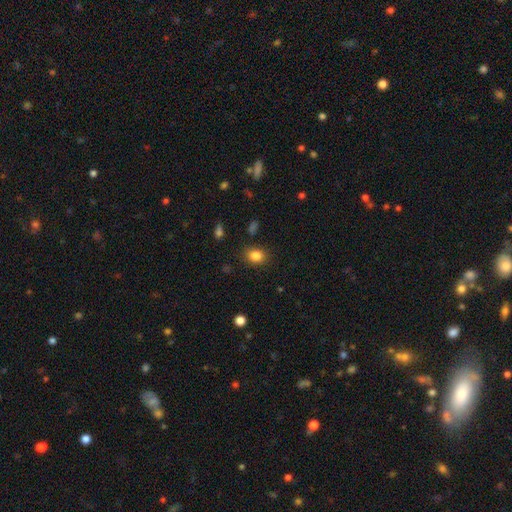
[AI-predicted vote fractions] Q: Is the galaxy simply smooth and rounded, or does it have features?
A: smooth — 84%.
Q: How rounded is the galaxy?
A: in between — 54%.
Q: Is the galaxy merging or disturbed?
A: none — 84%.